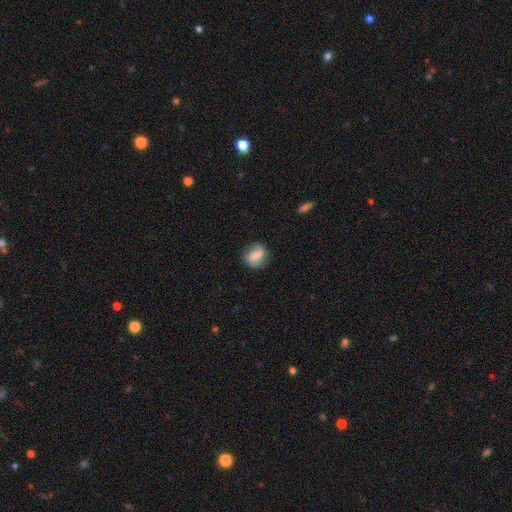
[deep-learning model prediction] Smooth or featured: smooth — 48% (featured or disk — 44%)
Merging: none — 76% (minor disturbance — 17%)